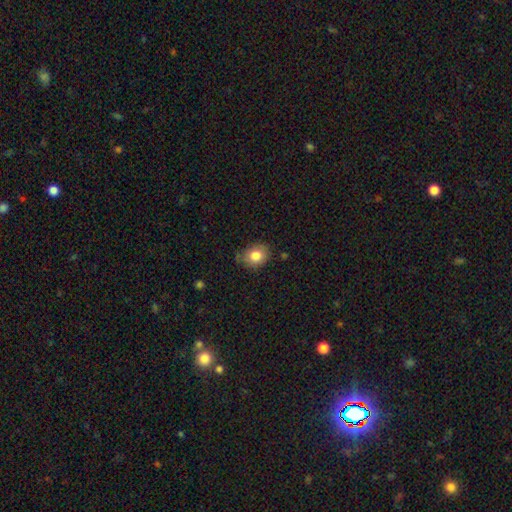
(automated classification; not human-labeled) This is clearly a smooth galaxy (82%). How rounded: possibly round (52%). Merging: likely none (74%).